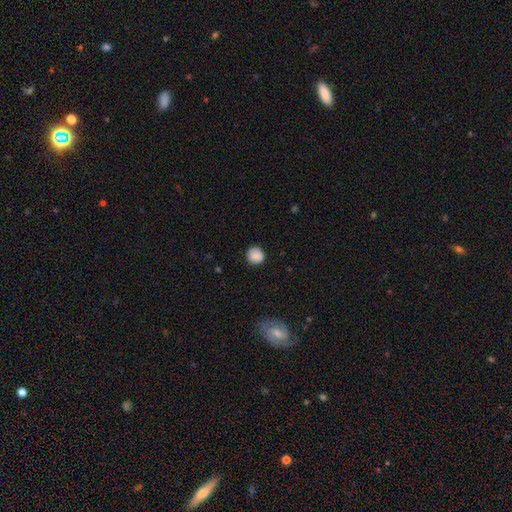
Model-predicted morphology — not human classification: Smooth or featured?
  - smooth: 85% *
  - star or artifact: 9%
  - featured or disk: 6%
How rounded?
  - round: 90% *
  - in between: 9%
  - cigar-shaped: 1%
Merging?
  - none: 85% *
  - minor disturbance: 12%
  - major disturbance: 2%
  - merger: 1%